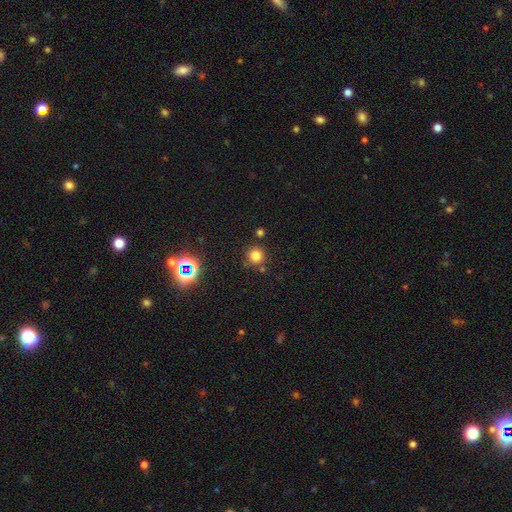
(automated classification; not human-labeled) Overall: smooth (76%). How rounded: round (93%). Merging: none (81%).